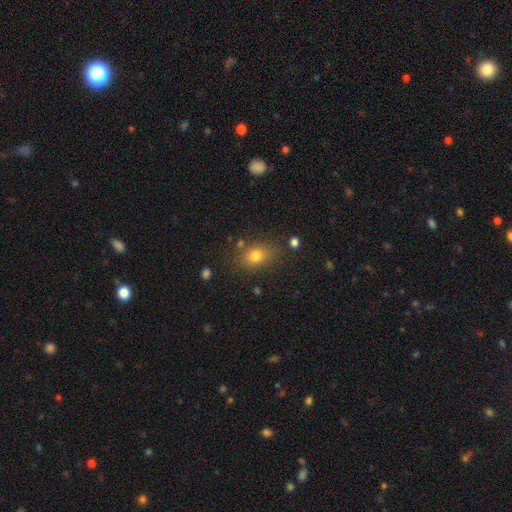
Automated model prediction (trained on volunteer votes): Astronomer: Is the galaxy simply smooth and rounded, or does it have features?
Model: smooth — 76%.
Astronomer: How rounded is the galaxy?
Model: in between — 61% (runner-up: round, 37%).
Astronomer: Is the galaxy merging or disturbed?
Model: none — 76%.